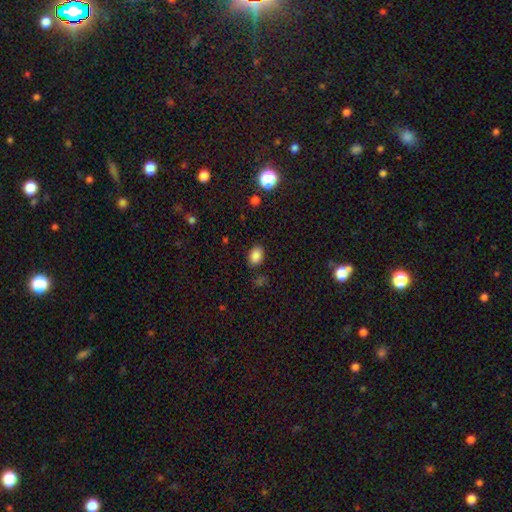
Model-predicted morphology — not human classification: Smooth or featured?
  - smooth: 85% *
  - star or artifact: 11%
  - featured or disk: 4%
How rounded?
  - in between: 81% *
  - round: 18%
  - cigar-shaped: 1%
Merging?
  - none: 83% *
  - minor disturbance: 11%
  - major disturbance: 3%
  - merger: 2%